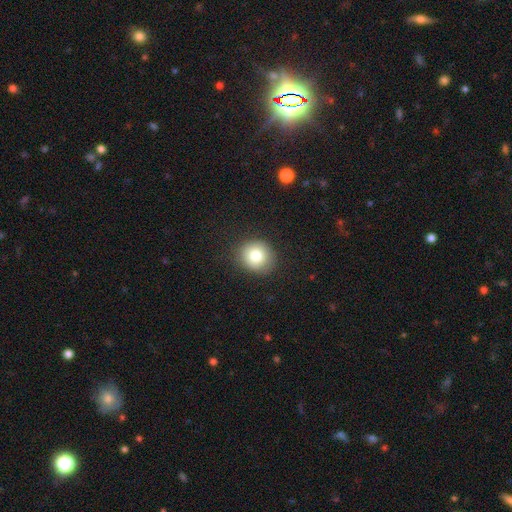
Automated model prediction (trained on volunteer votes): Smooth or featured? smooth (80%)
How rounded? round (82%)
Merging? none (87%)